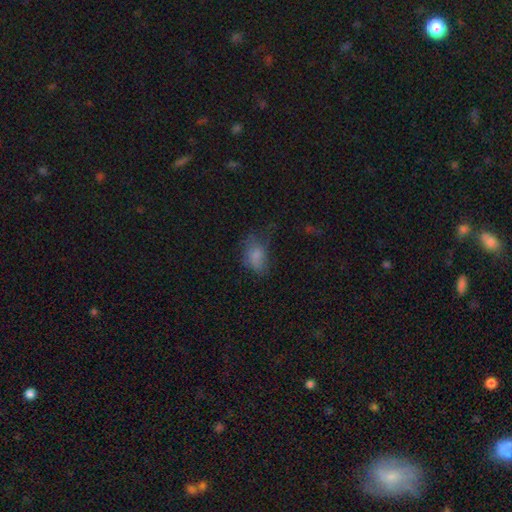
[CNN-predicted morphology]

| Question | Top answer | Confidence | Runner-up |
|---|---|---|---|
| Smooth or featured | smooth | 73% | featured or disk (15%) |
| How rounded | in between | 83% | round (15%) |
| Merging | none | 39% | minor disturbance (30%) |